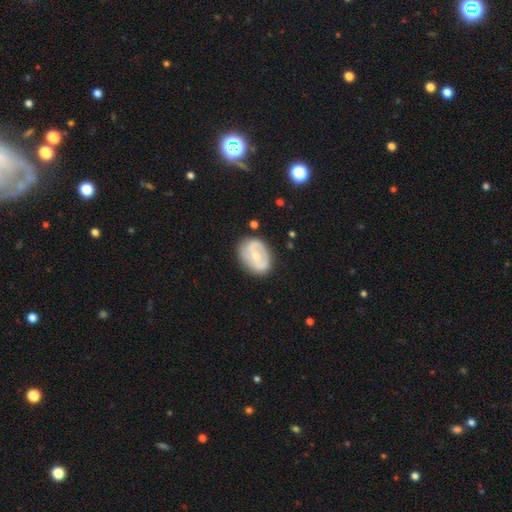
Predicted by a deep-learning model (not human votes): This appears to be a featured or disk galaxy (62%) with a weak bar (38%), no spiral arms (52%) and a small central bulge (55%). Merging: none (78%).